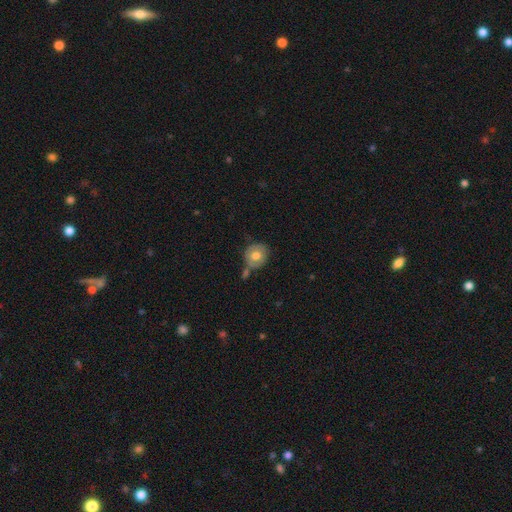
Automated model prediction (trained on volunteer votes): Morphology: type=smooth (60%); roundness=round (79%); merging=none (57%).